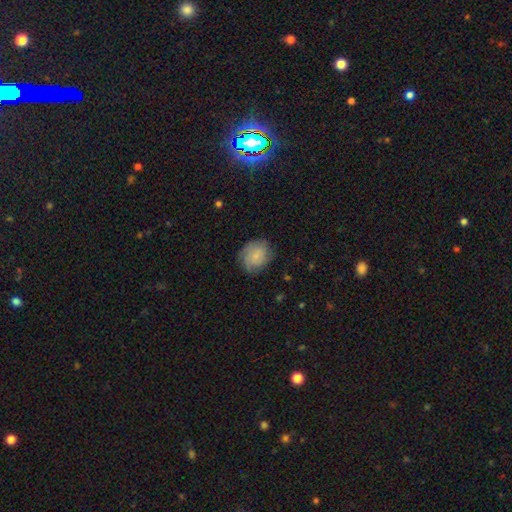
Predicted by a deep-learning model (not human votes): smooth_or_featured: smooth (p=0.75) [alt: featured or disk p=0.18]
how_rounded: round (p=0.63) [alt: in between p=0.36]
merging: none (p=0.74) [alt: minor disturbance p=0.20]